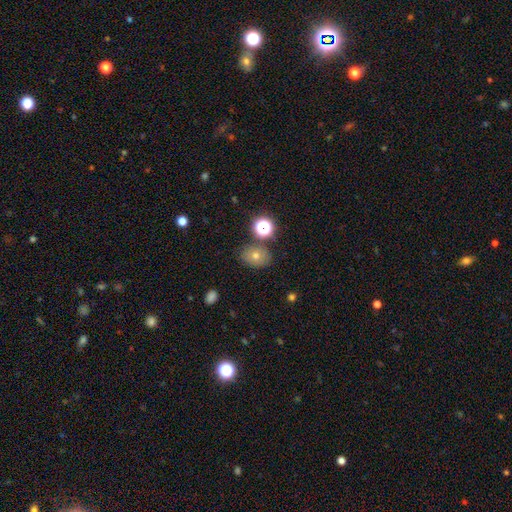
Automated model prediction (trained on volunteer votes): smooth_or_featured: smooth (p=0.61) [alt: star or artifact p=0.22]
how_rounded: in between (p=0.52) [alt: round p=0.47]
merging: none (p=0.79) [alt: minor disturbance p=0.11]